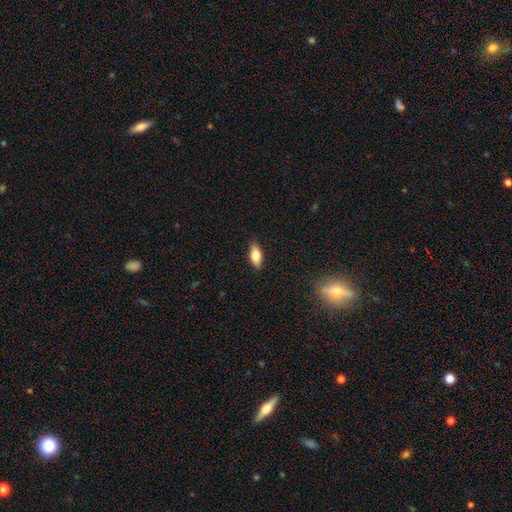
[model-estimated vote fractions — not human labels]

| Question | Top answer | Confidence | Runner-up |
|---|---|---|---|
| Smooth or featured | smooth | 78% | featured or disk (15%) |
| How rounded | in between | 84% | cigar-shaped (13%) |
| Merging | none | 88% | minor disturbance (9%) |